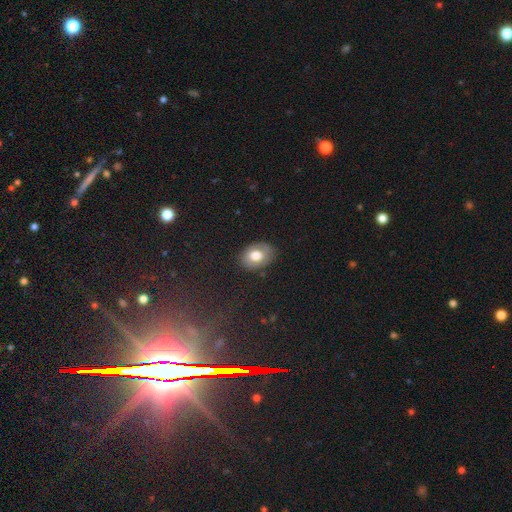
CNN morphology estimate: This appears to be a smooth galaxy with no disk features (70%) that is in between round and cigar-shaped (75%). Merging: none (83%).